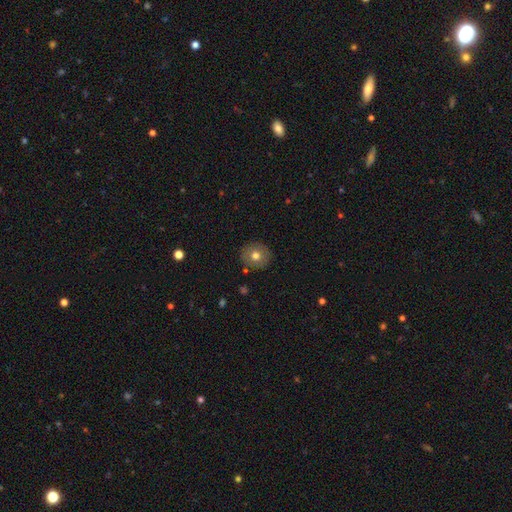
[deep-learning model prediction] Smooth or featured? Predicted: smooth (p=0.71). How rounded? Predicted: round (p=0.89). Merging? Predicted: none (p=0.88).